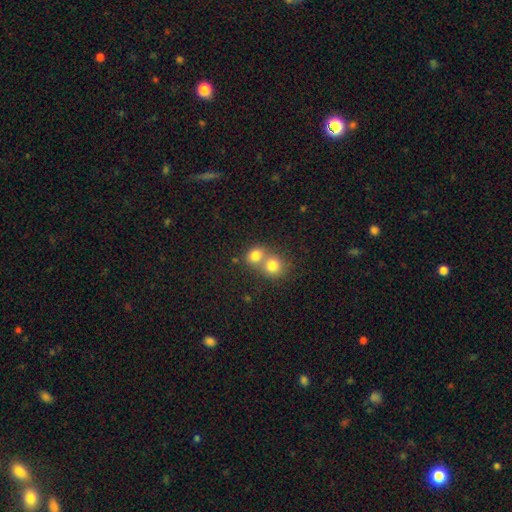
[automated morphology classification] The model was most divided on "merging": merger: 59%, none: 32%, minor disturbance: 6%, major disturbance: 3%. More confident: smooth or featured — smooth (79%); how rounded — round (67%).